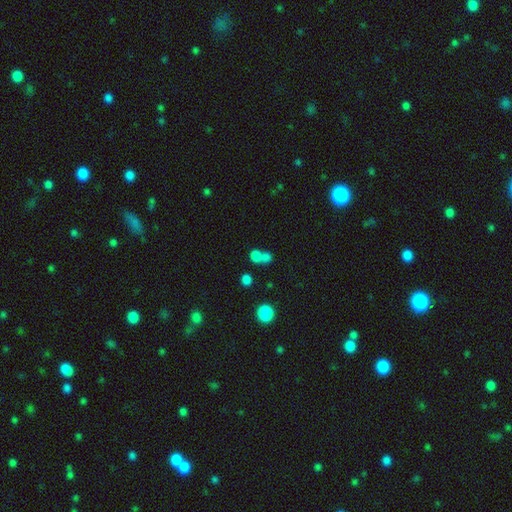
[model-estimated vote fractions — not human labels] Smooth or featured? Predicted: smooth (p=0.76). How rounded? Predicted: round (p=0.69). Merging? Predicted: merger (p=0.54).